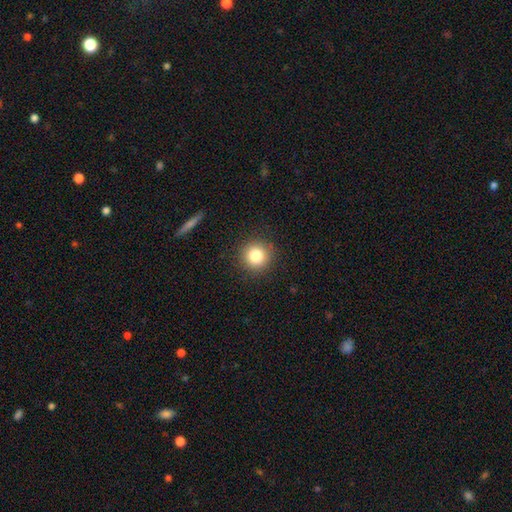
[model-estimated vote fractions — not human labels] Morphology: type=smooth (82%); roundness=round (94%); merging=none (89%).